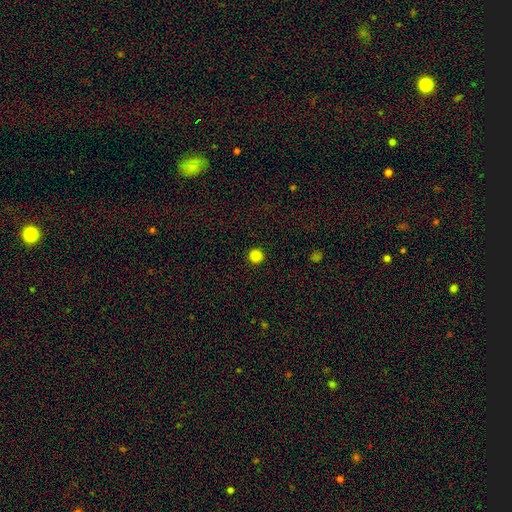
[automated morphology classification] Smooth or featured?
  - smooth: 86% *
  - star or artifact: 12%
  - featured or disk: 2%
How rounded?
  - round: 96% *
  - in between: 3%
  - cigar-shaped: 1%
Merging?
  - none: 93% *
  - minor disturbance: 4%
  - major disturbance: 2%
  - merger: 1%